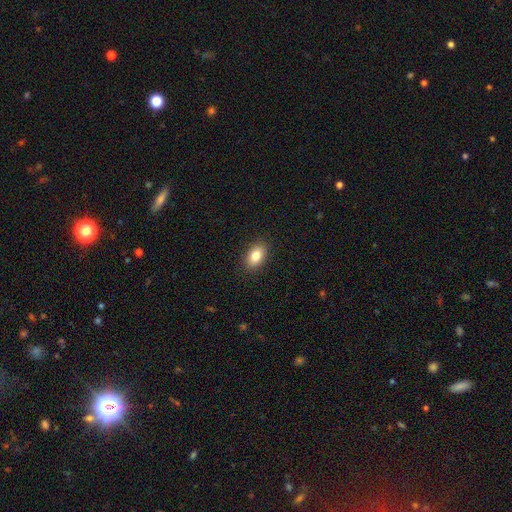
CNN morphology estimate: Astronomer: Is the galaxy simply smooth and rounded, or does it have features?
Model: smooth — 83%.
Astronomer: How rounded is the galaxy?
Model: in between — 88%.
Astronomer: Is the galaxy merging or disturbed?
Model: none — 89%.